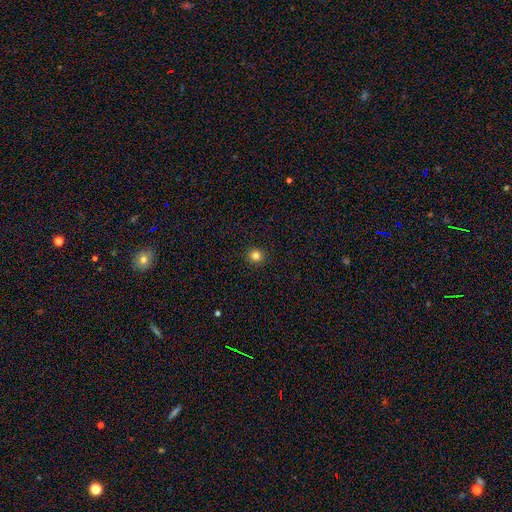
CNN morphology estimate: Smooth or featured?
  - smooth: 82% *
  - star or artifact: 13%
  - featured or disk: 5%
How rounded?
  - round: 92% *
  - in between: 7%
  - cigar-shaped: 1%
Merging?
  - none: 93% *
  - minor disturbance: 5%
  - major disturbance: 2%
  - merger: 1%